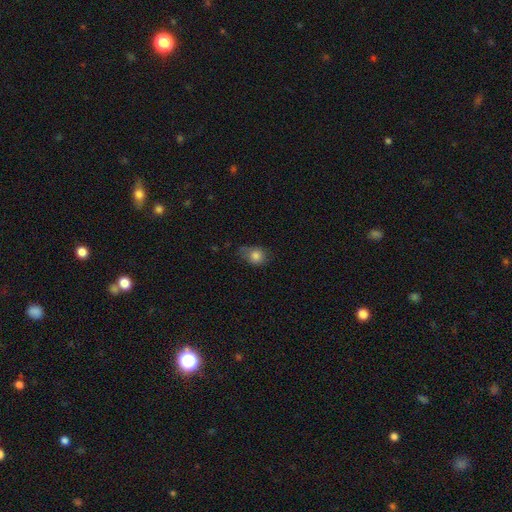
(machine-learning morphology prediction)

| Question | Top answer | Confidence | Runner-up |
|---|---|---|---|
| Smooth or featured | smooth | 80% | featured or disk (10%) |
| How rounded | round | 54% | in between (45%) |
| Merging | none | 54% | minor disturbance (34%) |